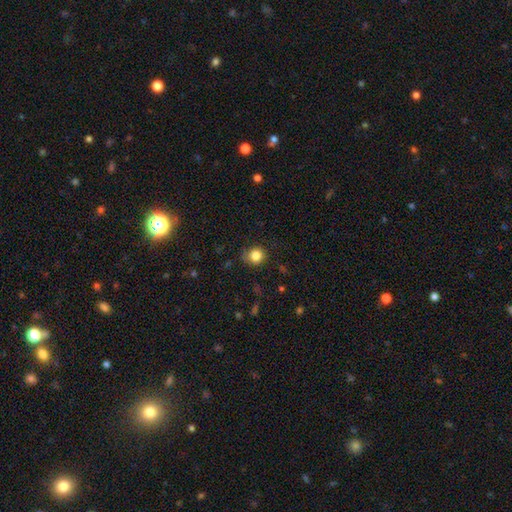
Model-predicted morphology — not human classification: A smooth galaxy with no disk features (83%) that is round (86%).

Vote fractions:
- Smooth or featured? smooth: 83% / star or artifact: 11% / featured or disk: 6%
- How rounded? round: 86% / in between: 13% / cigar-shaped: 1%
- Merging? none: 78% / minor disturbance: 17% / major disturbance: 4% / merger: 1%